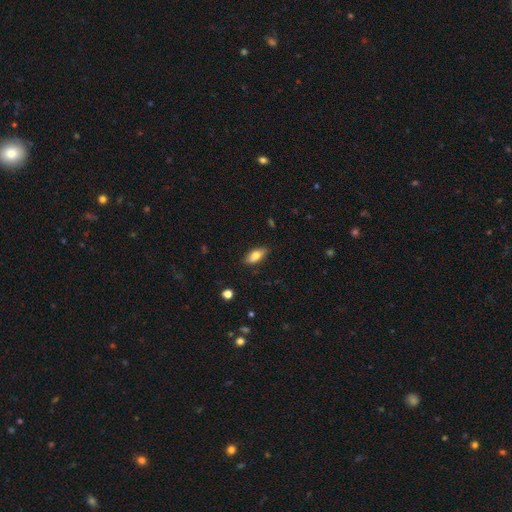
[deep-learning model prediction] The model was most divided on "smooth or featured": smooth: 75%, featured or disk: 18%, star or artifact: 7%. More confident: merging — none (85%); how rounded — in between (83%).